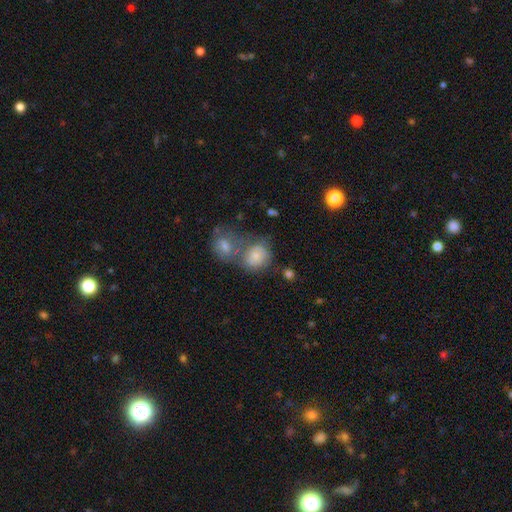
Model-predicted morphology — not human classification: Q: Smooth or featured?
A: smooth (66%); runner-up: featured or disk (25%)
Q: How rounded?
A: round (69%); runner-up: in between (30%)
Q: Merging?
A: merger (47%); runner-up: none (33%)